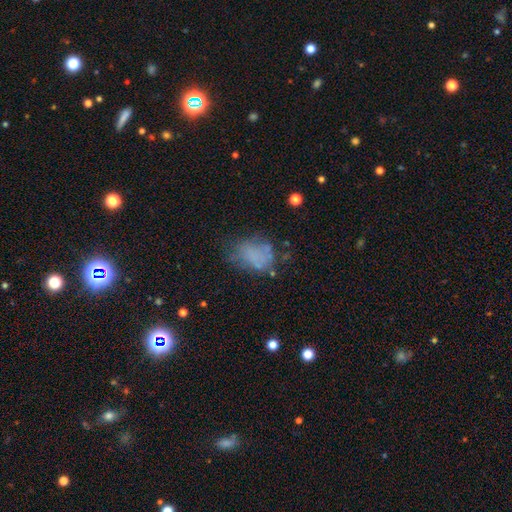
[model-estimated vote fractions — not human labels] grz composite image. It shows a smooth galaxy with no disk features (58%) that is in between round and cigar-shaped (67%). Merging: none (45%).